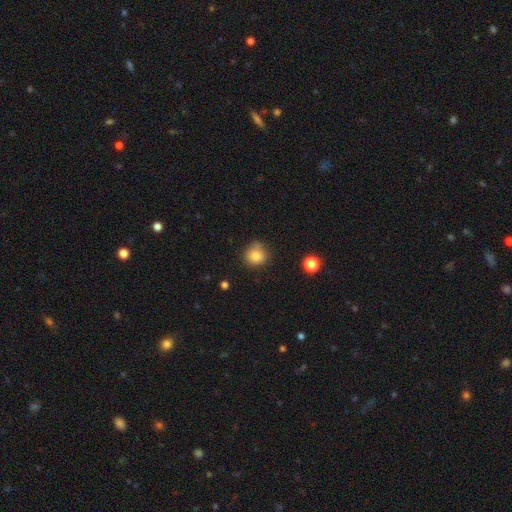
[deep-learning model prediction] This is clearly a smooth galaxy (83%). How rounded: clearly round (88%). Merging: likely none (73%).